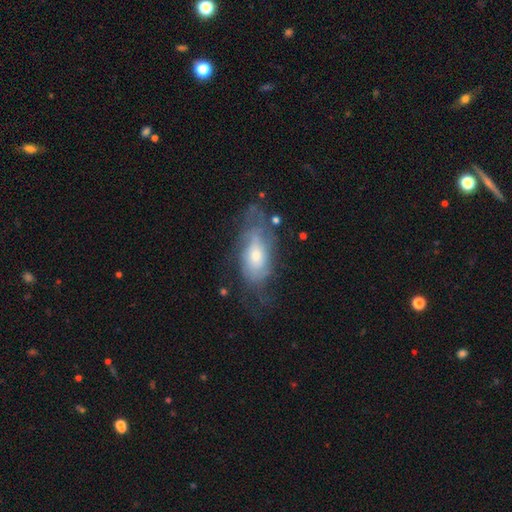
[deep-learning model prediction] Smooth or featured? Predicted: featured or disk (p=0.60). Edge-on disk? Predicted: no (p=0.88). Bar? Predicted: no (p=0.74). Spiral arms? Predicted: yes (p=0.68). Bulge size? Predicted: moderate (p=0.54). Merging? Predicted: none (p=0.51).